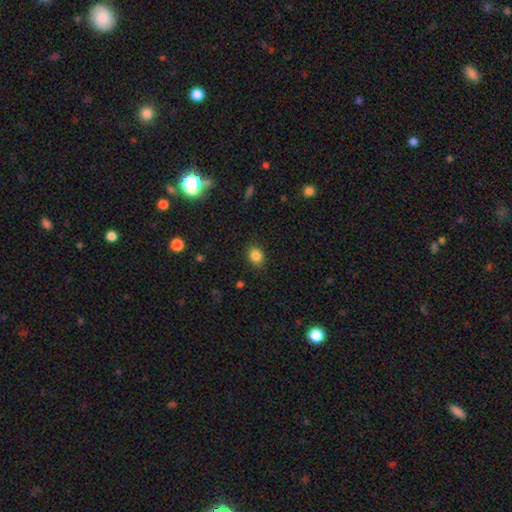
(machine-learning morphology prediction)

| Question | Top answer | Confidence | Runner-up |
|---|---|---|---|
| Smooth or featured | smooth | 85% | star or artifact (11%) |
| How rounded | round | 54% | in between (45%) |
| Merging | none | 88% | minor disturbance (9%) |